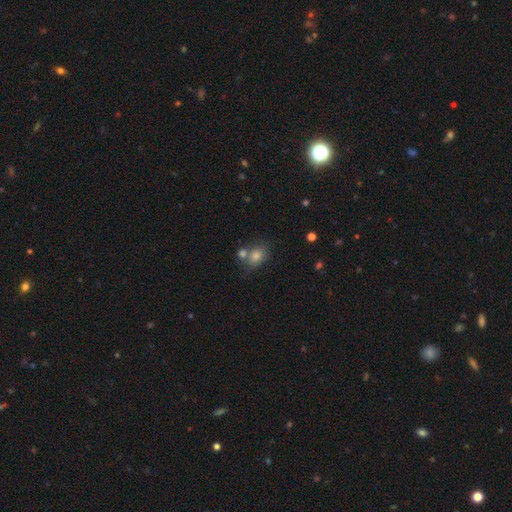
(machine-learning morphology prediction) smooth-or-featured: smooth: 73% | star or artifact: 16% | featured or disk: 12%
  how-rounded: in between: 59% | round: 39% | cigar-shaped: 2%
  merging: none: 55% | merger: 27% | minor disturbance: 13% | major disturbance: 5%